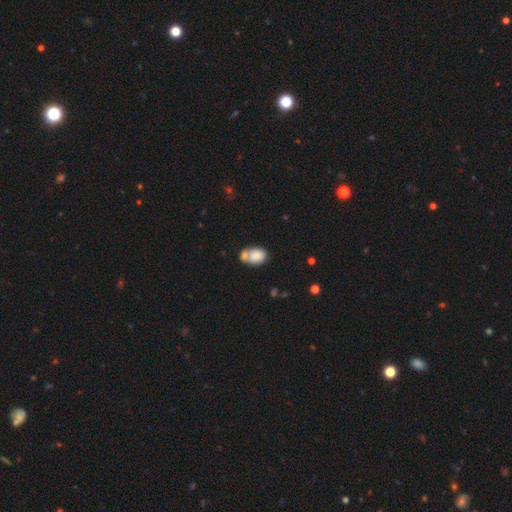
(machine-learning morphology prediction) A smooth galaxy with no disk features (81%) that is in between round and cigar-shaped (74%). Merging: merger (48%).